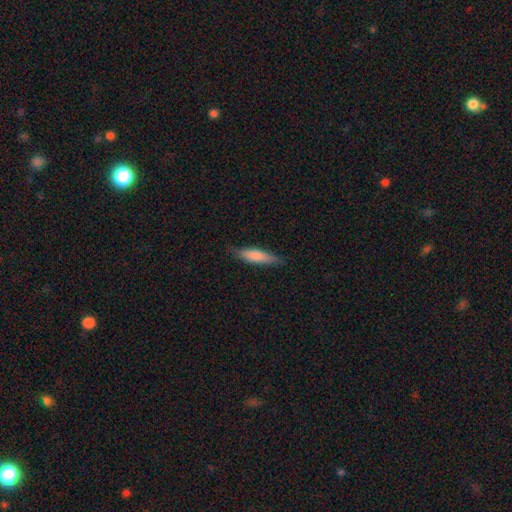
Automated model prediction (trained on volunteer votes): Overall: smooth (77%). How rounded: cigar-shaped (74%). Merging: none (81%).